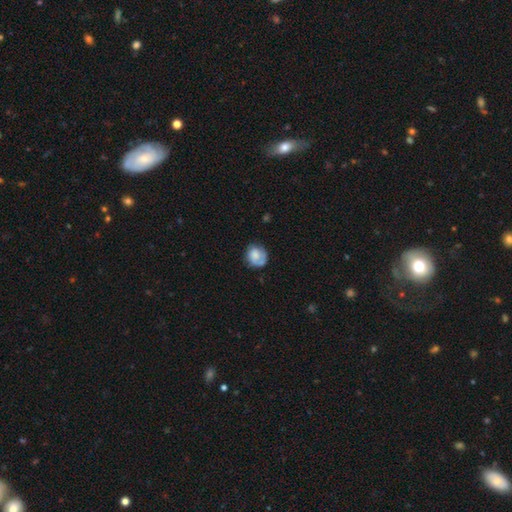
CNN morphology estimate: A smooth galaxy with no disk features (62%) that is round (69%).

Vote fractions:
- Smooth or featured? smooth: 62% / featured or disk: 30% / star or artifact: 8%
- How rounded? round: 69% / in between: 30% / cigar-shaped: 1%
- Merging? none: 56% / minor disturbance: 27% / major disturbance: 14% / merger: 3%